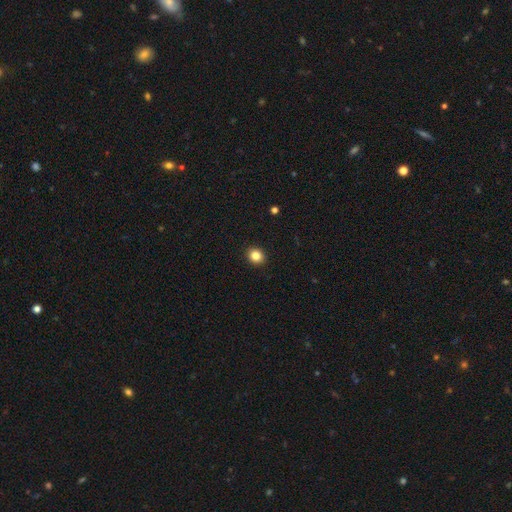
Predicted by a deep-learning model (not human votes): Smooth or featured?
  - smooth: 85% *
  - star or artifact: 10%
  - featured or disk: 5%
How rounded?
  - round: 70% *
  - in between: 29%
  - cigar-shaped: 1%
Merging?
  - none: 93% *
  - minor disturbance: 5%
  - major disturbance: 1%
  - merger: 1%